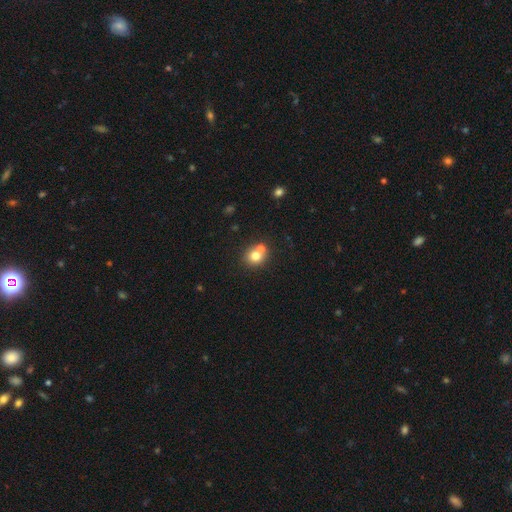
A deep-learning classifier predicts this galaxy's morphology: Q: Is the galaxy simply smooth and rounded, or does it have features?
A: smooth — 74%.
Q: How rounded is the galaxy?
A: round — 84%.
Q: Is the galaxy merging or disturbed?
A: none — 52%.